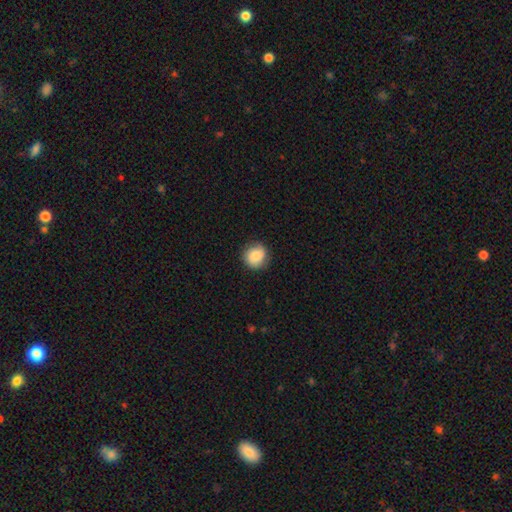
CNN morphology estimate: type=smooth (83%); roundness=round (88%); merging=none (84%).